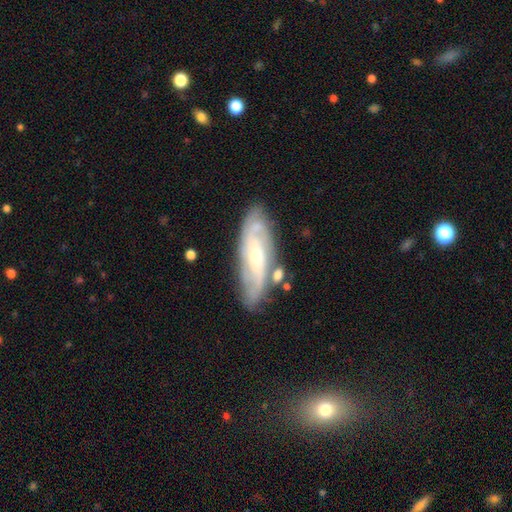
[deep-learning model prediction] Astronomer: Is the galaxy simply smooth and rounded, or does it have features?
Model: featured or disk — 75%.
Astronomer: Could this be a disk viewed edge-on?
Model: no — 82%.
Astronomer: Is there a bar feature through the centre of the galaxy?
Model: no — 59%.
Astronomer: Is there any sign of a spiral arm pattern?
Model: yes — 90%.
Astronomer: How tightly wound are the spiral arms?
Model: tight — 51% (runner-up: medium, 35%).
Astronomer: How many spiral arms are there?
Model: can't tell — 40% (runner-up: 2, 36%).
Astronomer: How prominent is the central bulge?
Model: small — 59% (runner-up: moderate, 36%).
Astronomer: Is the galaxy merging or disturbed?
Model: none — 75%.